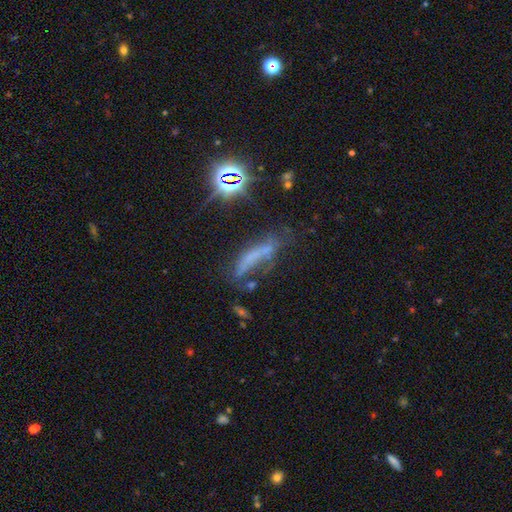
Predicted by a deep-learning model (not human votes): Morphology: type=smooth (36%); merging=none (38%).